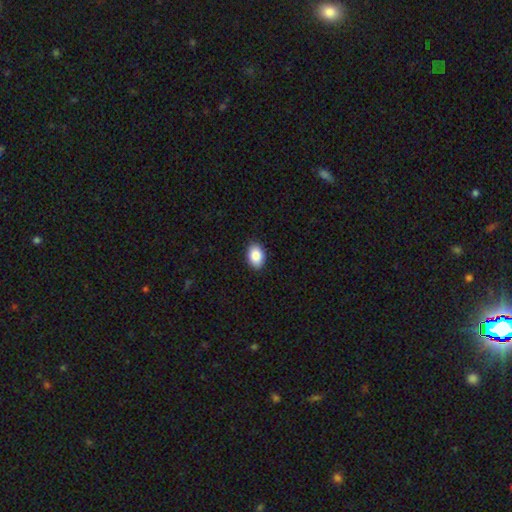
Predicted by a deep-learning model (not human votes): smooth_or_featured: smooth (p=0.87) [alt: star or artifact p=0.07]
how_rounded: in between (p=0.85) [alt: round p=0.14]
merging: none (p=0.89) [alt: minor disturbance p=0.08]